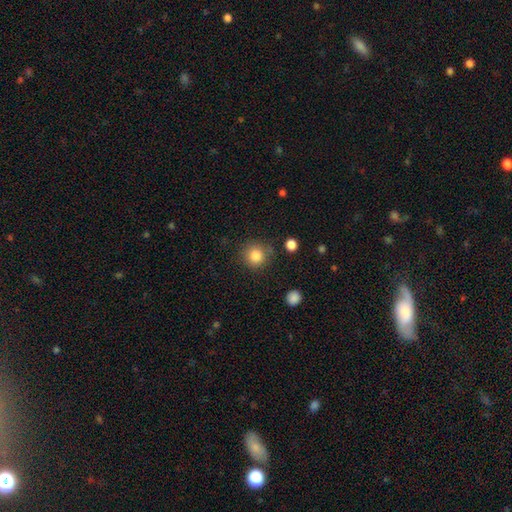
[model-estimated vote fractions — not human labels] A smooth galaxy with no disk features (84%) that is round (93%). Merging: none (84%).